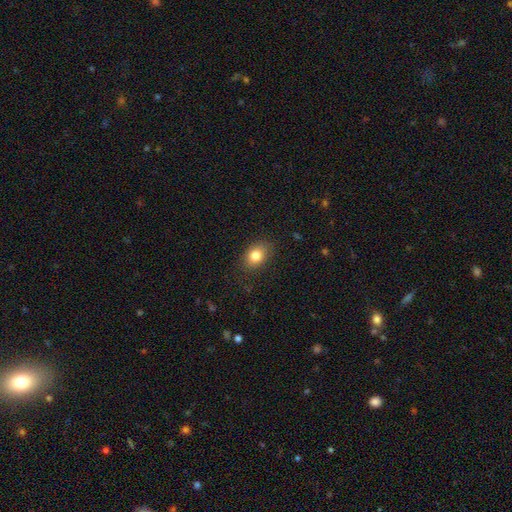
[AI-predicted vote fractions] Smooth or featured: smooth — 81% (star or artifact — 10%)
How rounded: in between — 70% (round — 29%)
Merging: none — 83% (minor disturbance — 12%)